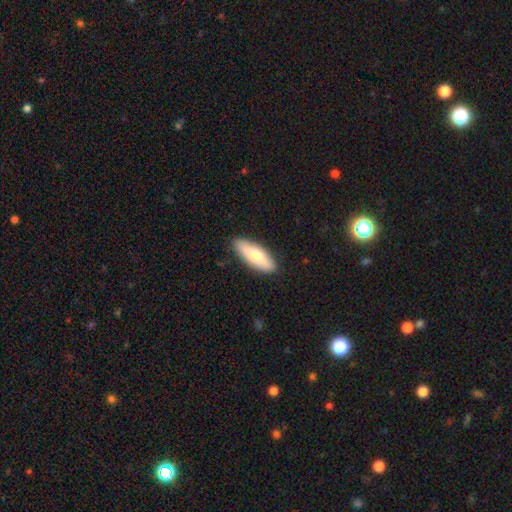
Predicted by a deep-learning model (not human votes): Morphology: type=smooth (74%); roundness=in between (61%); merging=none (88%).